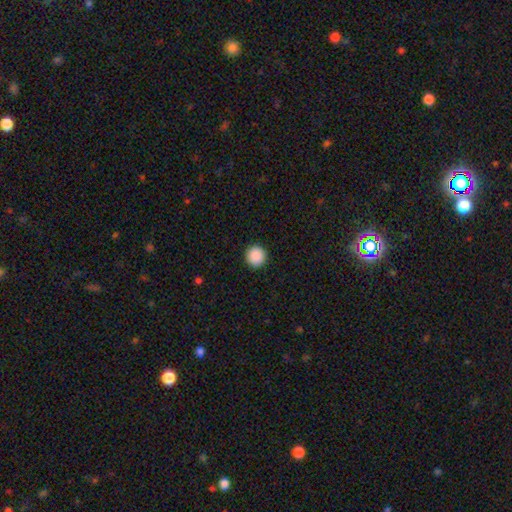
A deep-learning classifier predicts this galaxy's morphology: Smooth or featured?
  - smooth: 90% *
  - star or artifact: 8%
  - featured or disk: 2%
How rounded?
  - round: 96% *
  - in between: 3%
  - cigar-shaped: 1%
Merging?
  - none: 94% *
  - minor disturbance: 4%
  - major disturbance: 2%
  - merger: 1%